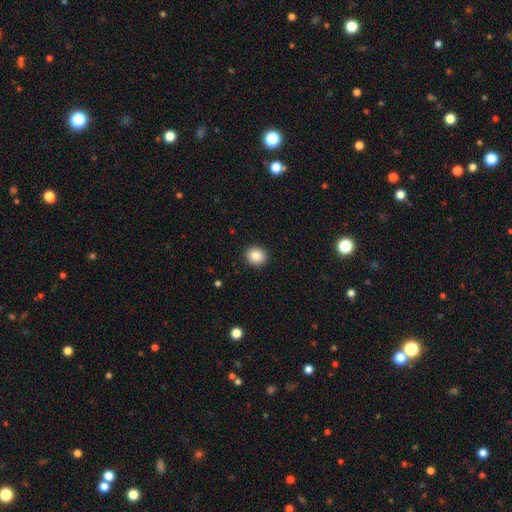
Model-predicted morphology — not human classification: Smooth or featured? smooth (86%)
How rounded? round (84%)
Merging? none (92%)